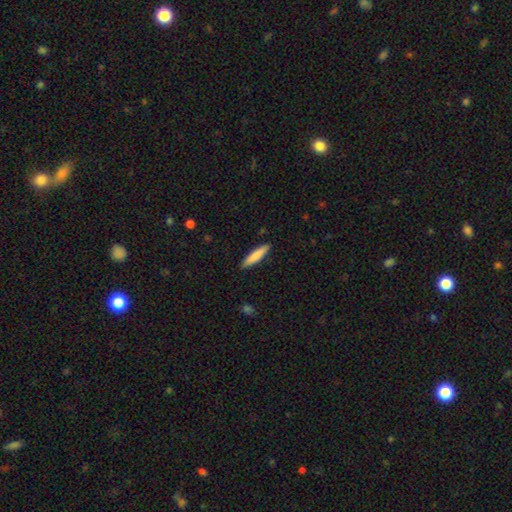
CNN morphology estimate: This is clearly a smooth galaxy (80%). How rounded: clearly cigar-shaped (85%). Merging: clearly none (89%).